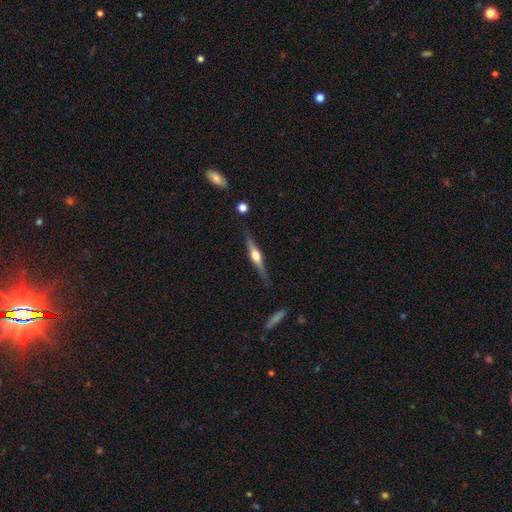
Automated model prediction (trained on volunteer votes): A featured or disk galaxy (73%) viewed edge-on (97%) with a rounded central bulge (92%). Merging: none (83%).